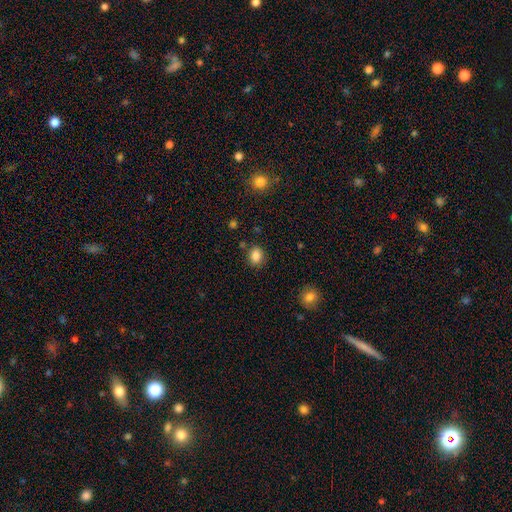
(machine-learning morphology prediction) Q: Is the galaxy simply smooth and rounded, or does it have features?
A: smooth — 85%.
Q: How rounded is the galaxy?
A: in between — 50%.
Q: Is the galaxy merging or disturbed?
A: none — 83%.